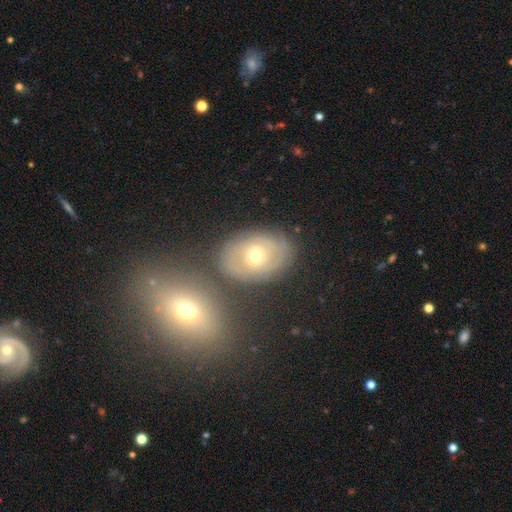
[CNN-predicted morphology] featured or disk 58%, smooth 32%, star or artifact 10%. Down the decision tree: edge-on disk — no (94%); bar — no (74%); spiral arms — yes (69%); bulge size — moderate (63%); merging — none (71%).